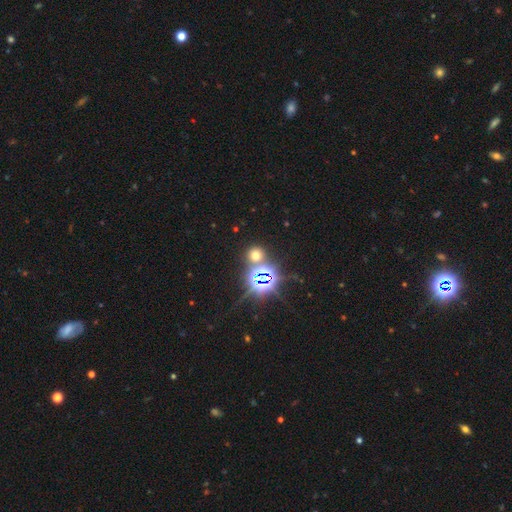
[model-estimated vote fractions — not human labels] Smooth or featured?
  - star or artifact: 46% * (tied)
  - smooth: 46% * (tied)
  - featured or disk: 8%